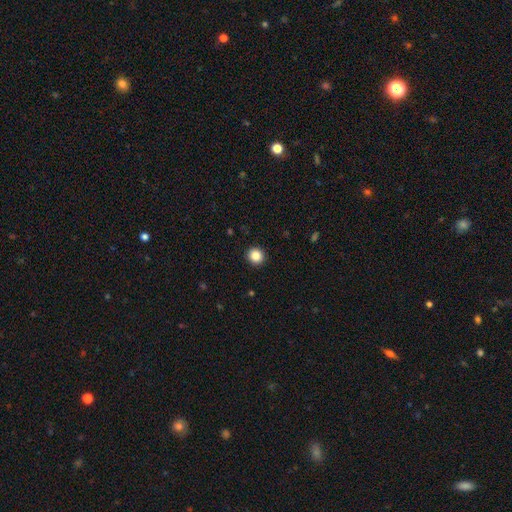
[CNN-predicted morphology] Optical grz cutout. It shows a smooth galaxy with no disk features (86%) that is round (91%). Merging: none (93%).